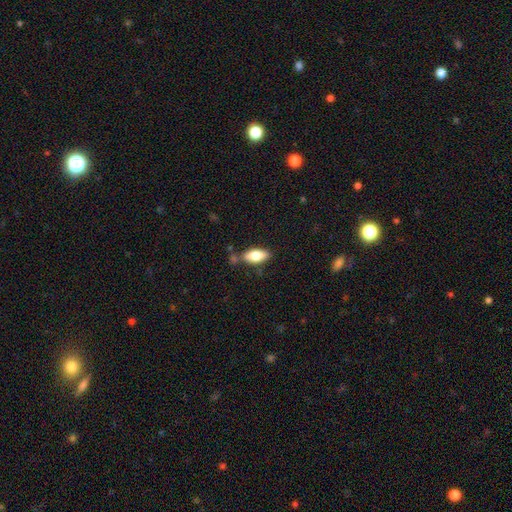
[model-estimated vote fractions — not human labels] Smooth or featured? smooth (74%)
How rounded? in between (85%)
Merging? none (72%)